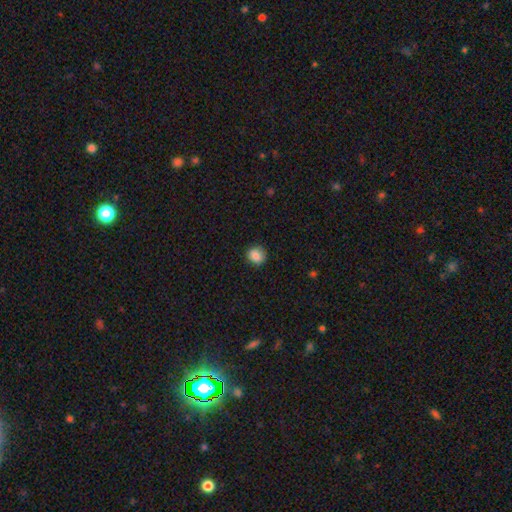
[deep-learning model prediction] A smooth galaxy with no disk features (86%) that is round (87%). Merging: none (89%).